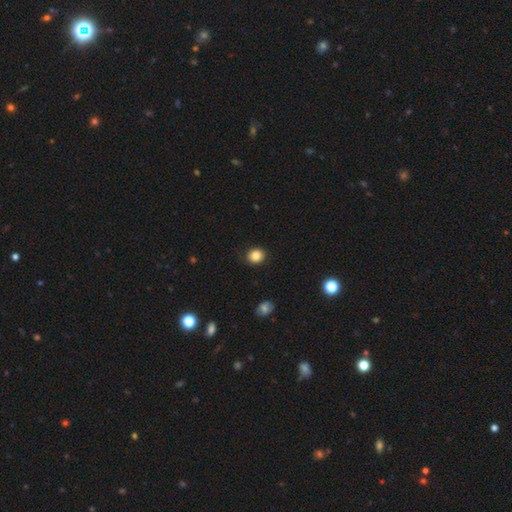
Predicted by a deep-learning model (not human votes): smooth 85%, star or artifact 10%, featured or disk 5%. Down the decision tree: how rounded — round (74%); merging — none (88%).